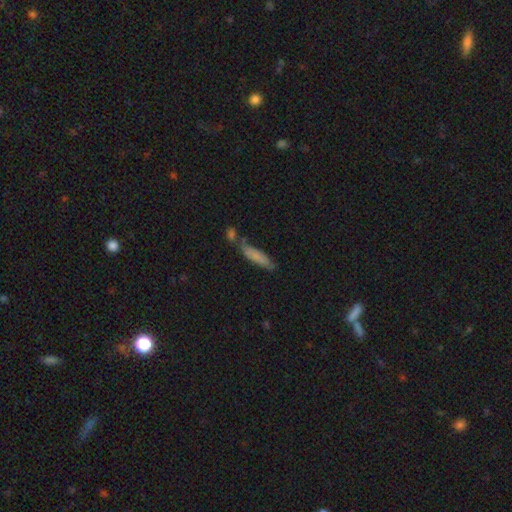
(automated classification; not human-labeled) smooth_or_featured: smooth (p=0.74) [alt: featured or disk p=0.18]
how_rounded: cigar-shaped (p=0.75) [alt: in between p=0.23]
merging: none (p=0.55) [alt: merger p=0.22]